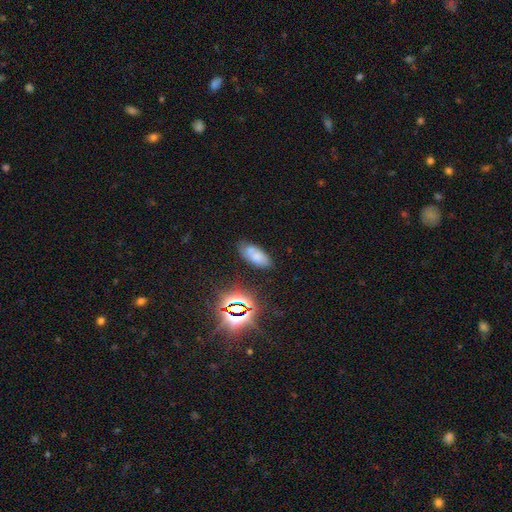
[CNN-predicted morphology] type=smooth (57%); roundness=in between (87%); merging=none (65%).